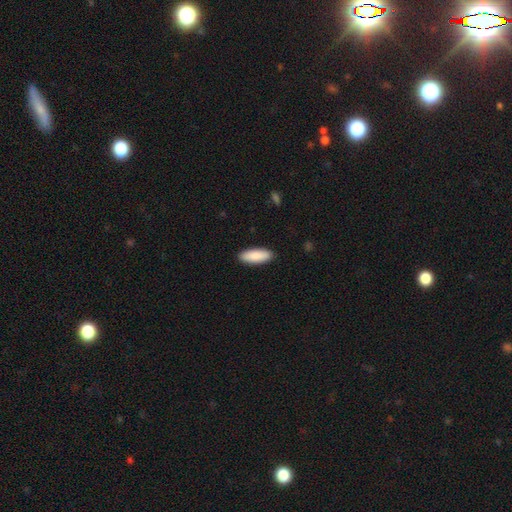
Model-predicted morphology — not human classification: A smooth galaxy with no disk features (90%) that is in between round and cigar-shaped (67%). Merging: none (91%).